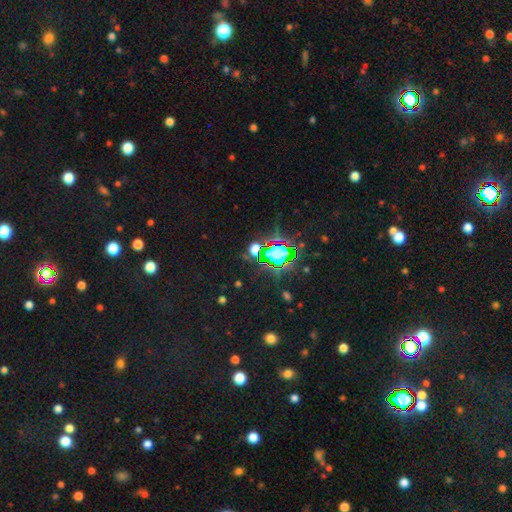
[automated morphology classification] Smooth or featured: star or artifact — 79% (smooth — 13%)